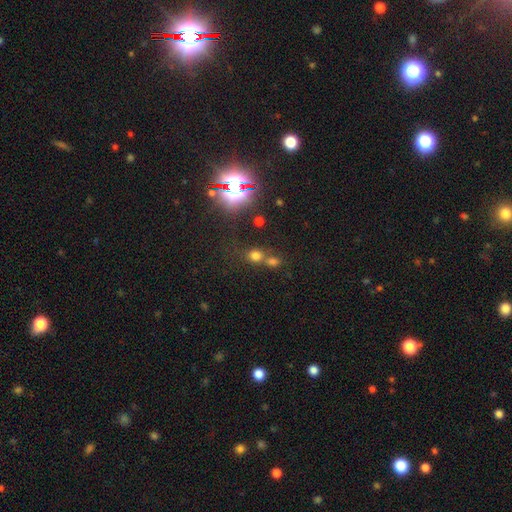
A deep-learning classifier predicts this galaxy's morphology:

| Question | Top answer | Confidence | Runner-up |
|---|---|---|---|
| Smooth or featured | smooth | 62% | star or artifact (29%) |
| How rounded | round | 74% | in between (24%) |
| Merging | none | 48% | merger (39%) |